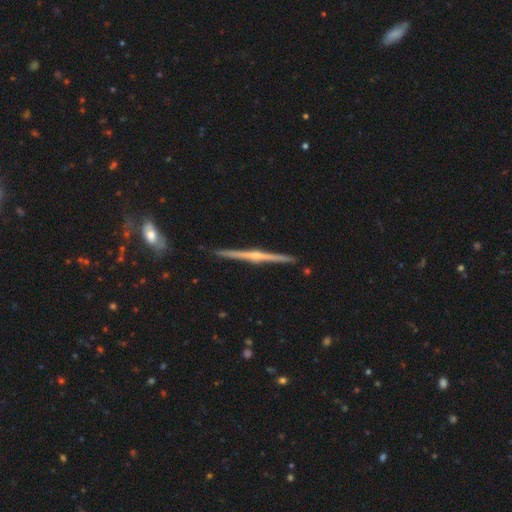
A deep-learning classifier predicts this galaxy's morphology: A featured or disk galaxy (84%) viewed edge-on (99%) with a rounded central bulge (77%).

Vote fractions:
- Smooth or featured? featured or disk: 84% / smooth: 11% / star or artifact: 5%
- Edge-on disk? yes: 99% / no: 1%
- Edge-on bulge? rounded: 77% / none: 15% / boxy: 8%
- Merging? none: 92% / minor disturbance: 6% / merger: 1% / major disturbance: 1%